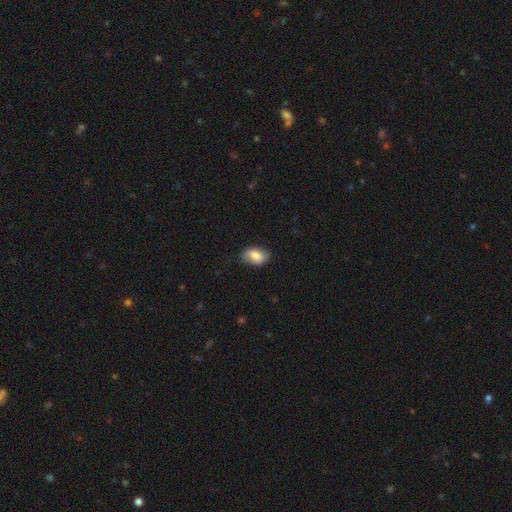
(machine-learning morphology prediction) Smooth or featured: smooth — 77% (featured or disk — 15%)
How rounded: in between — 86% (round — 12%)
Merging: none — 73% (minor disturbance — 21%)